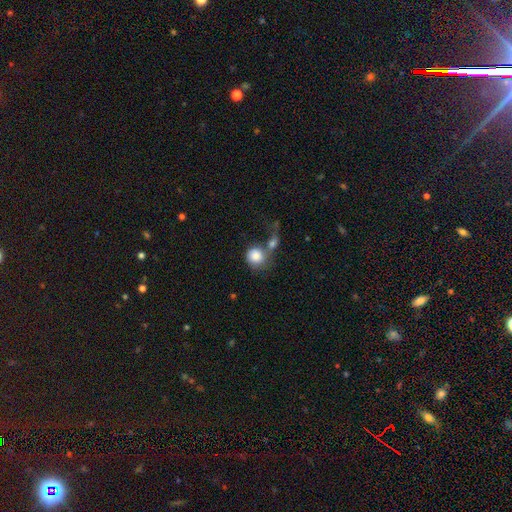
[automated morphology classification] This is clearly a smooth galaxy (83%). How rounded: clearly round (83%). Merging: possibly merger (47%).